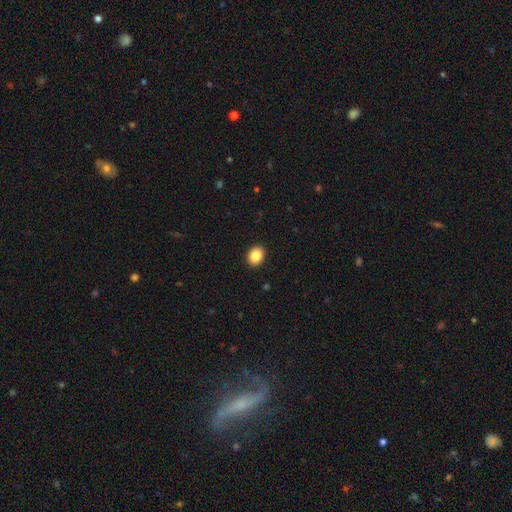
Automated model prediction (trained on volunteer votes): Morphology: type=smooth (86%); roundness=in between (52%); merging=none (92%).